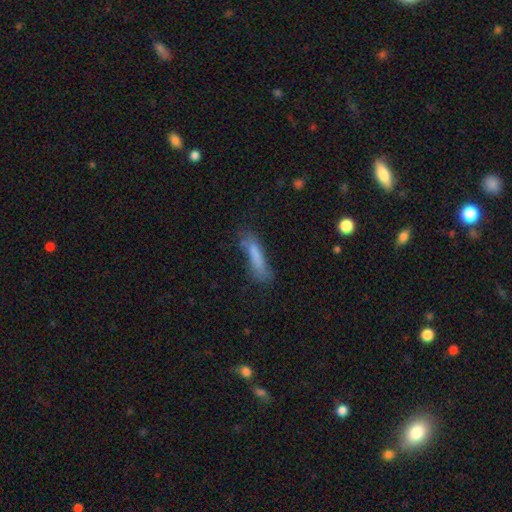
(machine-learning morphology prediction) Q: Smooth or featured?
A: smooth (71%); runner-up: featured or disk (20%)
Q: How rounded?
A: cigar-shaped (83%); runner-up: in between (16%)
Q: Merging?
A: none (58%); runner-up: minor disturbance (26%)